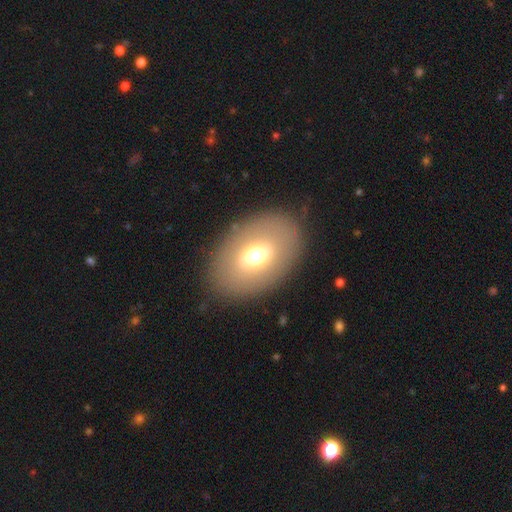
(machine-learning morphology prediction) A smooth galaxy with no disk features (59%) that is in between round and cigar-shaped (83%).

Vote fractions:
- Smooth or featured? smooth: 59% / featured or disk: 32% / star or artifact: 9%
- How rounded? in between: 83% / round: 15% / cigar-shaped: 1%
- Merging? none: 85% / minor disturbance: 9% / major disturbance: 5% / merger: 1%